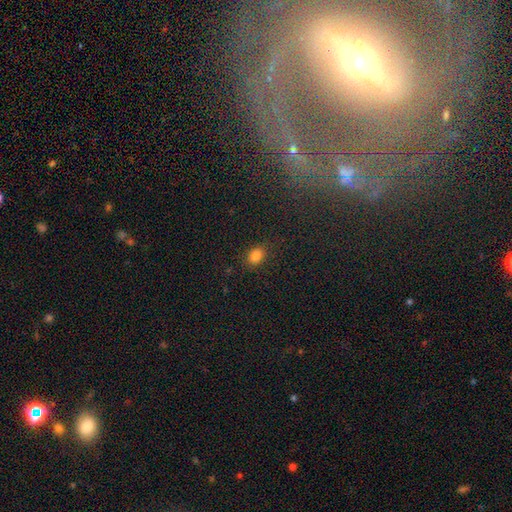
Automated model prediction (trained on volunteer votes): Smooth or featured?
  - smooth: 83% *
  - star or artifact: 12%
  - featured or disk: 5%
How rounded?
  - in between: 63% *
  - round: 36%
  - cigar-shaped: 1%
Merging?
  - none: 85% *
  - minor disturbance: 11%
  - major disturbance: 3%
  - merger: 1%